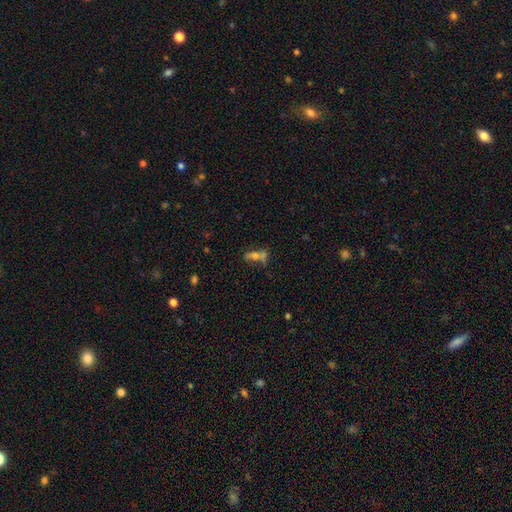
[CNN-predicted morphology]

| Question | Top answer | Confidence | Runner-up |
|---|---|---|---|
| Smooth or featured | smooth | 39% | featured or disk (38%) |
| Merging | none | 41% | merger (31%) |